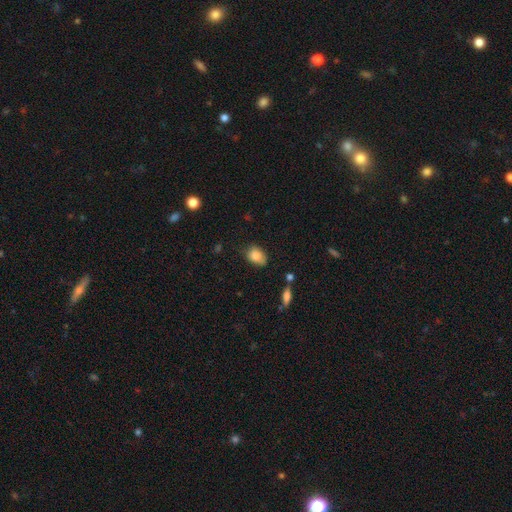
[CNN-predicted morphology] Smooth or featured? smooth (83%)
How rounded? in between (81%)
Merging? none (73%)